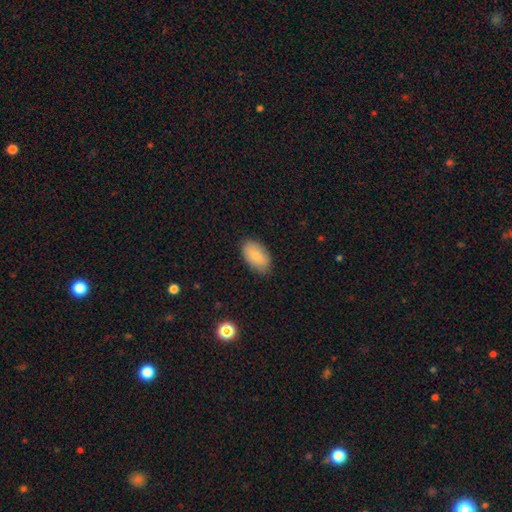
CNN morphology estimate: type=smooth (81%); roundness=in between (94%); merging=none (84%).